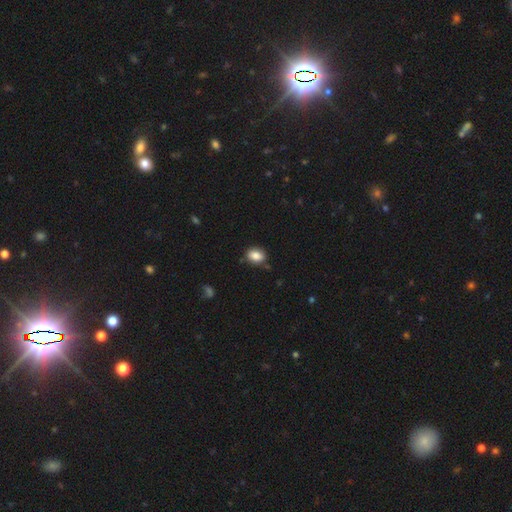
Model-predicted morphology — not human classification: This is clearly a smooth galaxy (85%). How rounded: likely in between (72%). Merging: clearly none (80%).